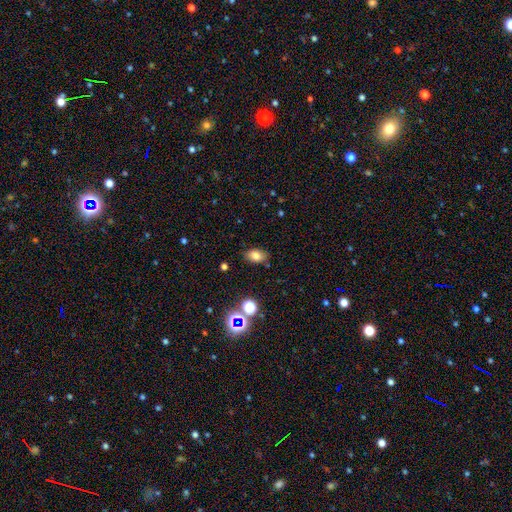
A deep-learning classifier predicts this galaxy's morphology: smooth 76%, star or artifact 14%, featured or disk 9%. Down the decision tree: how rounded — in between (85%); merging — none (81%).